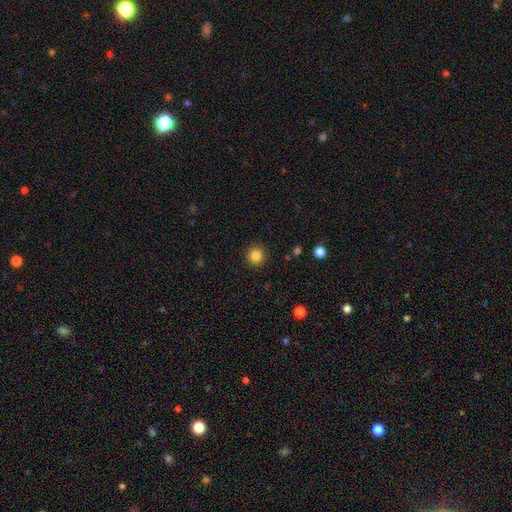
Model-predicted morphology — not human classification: Smooth or featured? smooth (84%)
How rounded? round (95%)
Merging? none (92%)